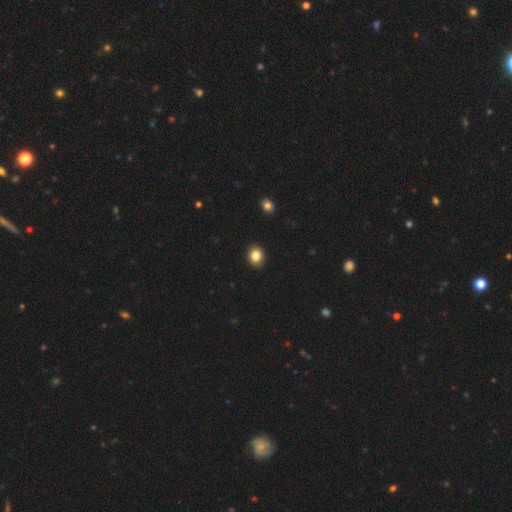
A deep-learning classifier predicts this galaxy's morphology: Overall: smooth (84%). How rounded: round (59%; in between 40%). Merging: none (92%).